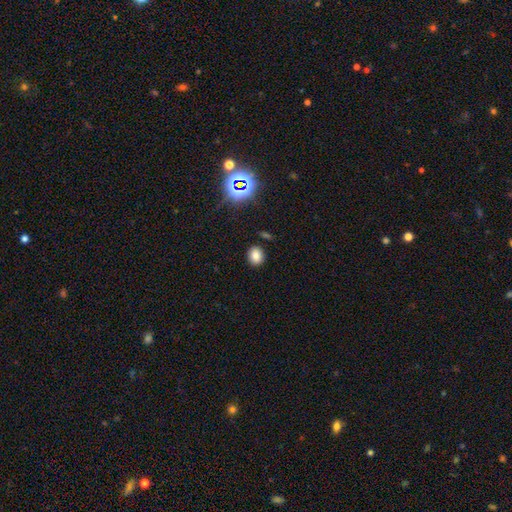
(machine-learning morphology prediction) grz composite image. It shows a smooth galaxy with no disk features (78%) that is round (62%). Merging: none (88%).